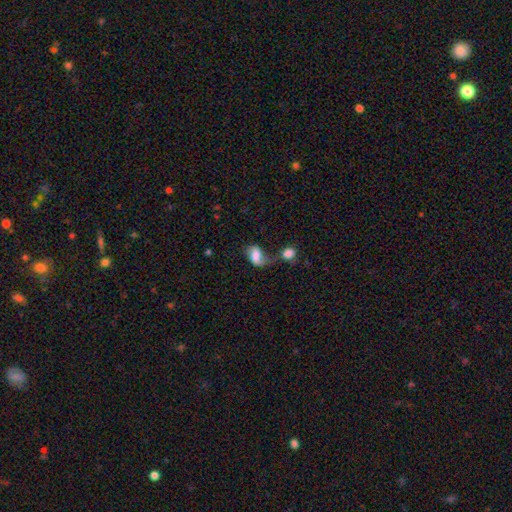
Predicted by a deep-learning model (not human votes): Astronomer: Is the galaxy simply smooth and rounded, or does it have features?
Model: smooth — 50% (runner-up: featured or disk, 40%).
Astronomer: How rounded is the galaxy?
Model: in between — 81%.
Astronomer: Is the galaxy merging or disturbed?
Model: merger — 38% (runner-up: none, 27%).